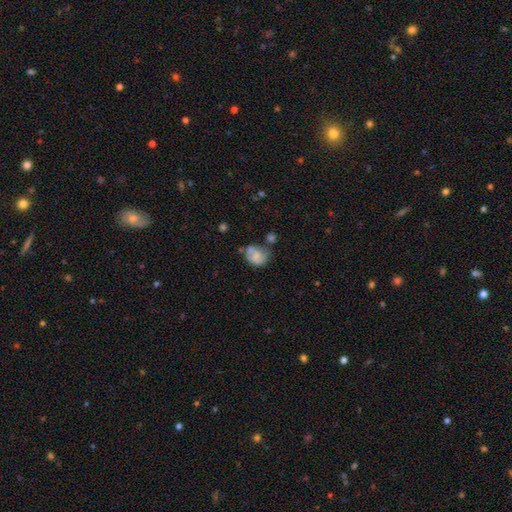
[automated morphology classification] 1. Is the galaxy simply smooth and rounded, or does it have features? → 50% smooth, 41% featured or disk, 9% star or artifact.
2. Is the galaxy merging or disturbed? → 38% none, 27% minor disturbance, 18% merger, 17% major disturbance.